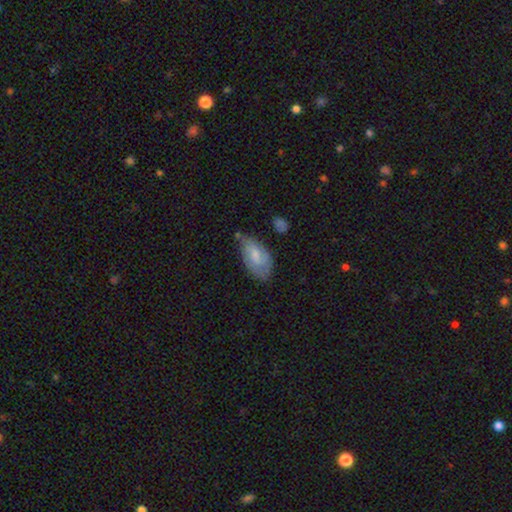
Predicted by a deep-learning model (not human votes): smooth-or-featured: smooth: 56% | featured or disk: 37% | star or artifact: 6%
  how-rounded: in between: 92% | cigar-shaped: 5% | round: 4%
  merging: none: 58% | minor disturbance: 29% | major disturbance: 7% | merger: 5%